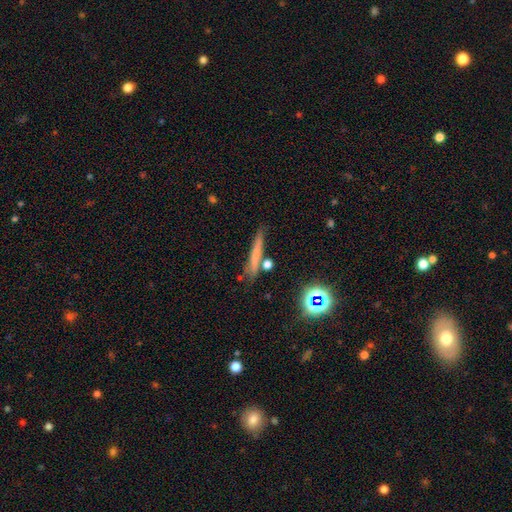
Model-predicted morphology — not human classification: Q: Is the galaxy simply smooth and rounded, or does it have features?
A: smooth — 60%.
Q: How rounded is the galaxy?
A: cigar-shaped — 90%.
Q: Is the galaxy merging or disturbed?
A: none — 75%.